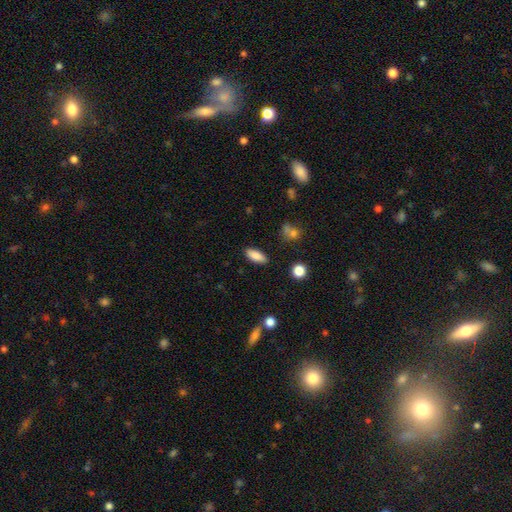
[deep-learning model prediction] Smooth or featured? Predicted: smooth (p=0.85). How rounded? Predicted: in between (p=0.81). Merging? Predicted: none (p=0.86).